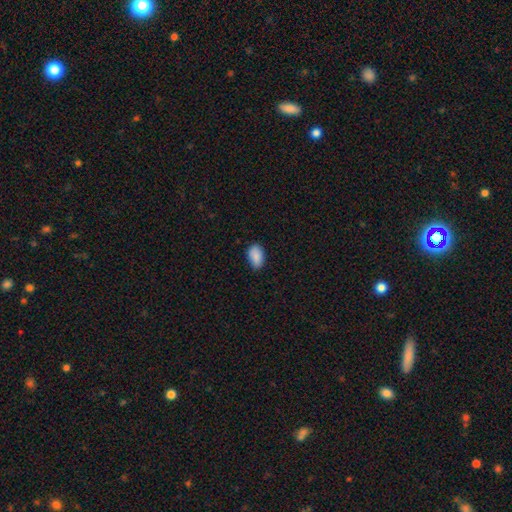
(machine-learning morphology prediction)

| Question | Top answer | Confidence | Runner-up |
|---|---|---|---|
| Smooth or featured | smooth | 88% | star or artifact (7%) |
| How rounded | in between | 92% | round (7%) |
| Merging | none | 80% | minor disturbance (16%) |